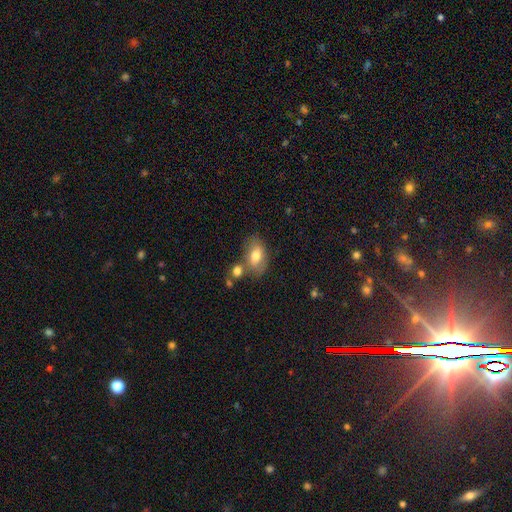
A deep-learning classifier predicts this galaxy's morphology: Overall: smooth (71%). How rounded: in between (88%). Merging: none (58%; merger 19%).